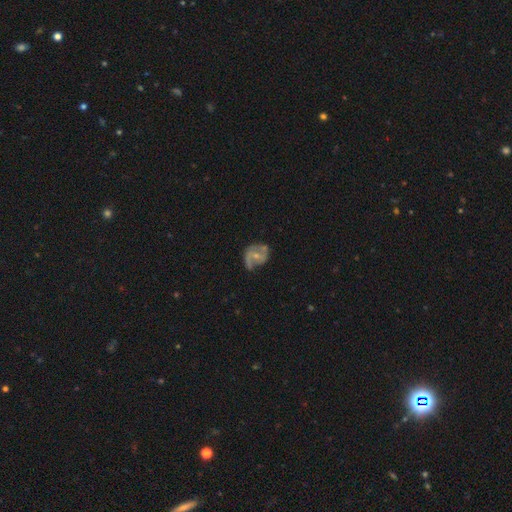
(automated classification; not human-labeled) Morphology: type=featured or disk (73%); edge-on=no (98%); bar=no (46%); spiral arms=yes (84%); winding=medium (45%); arm count=2 (70%); bulge=small (59%); merging=none (52%).